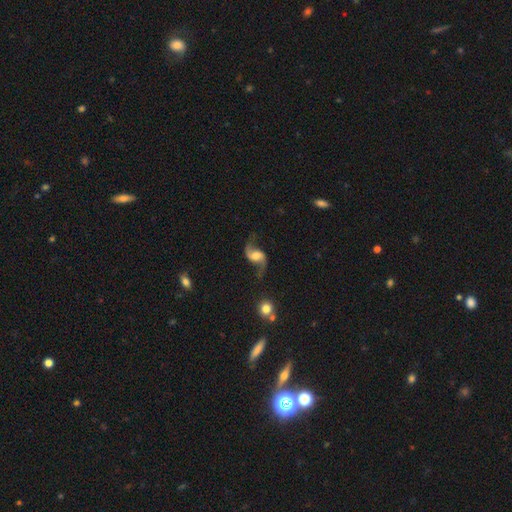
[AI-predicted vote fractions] smooth_or_featured: featured or disk (p=0.88) [alt: smooth p=0.07]
disk_edge_on: no (p=0.97) [alt: yes p=0.03]
bar: no (p=0.49) [alt: weak p=0.38]
has_spiral_arms: yes (p=0.97) [alt: no p=0.03]
spiral_winding: loose (p=0.83) [alt: medium p=0.14]
spiral_arm_count: 2 (p=0.94) [alt: 1 p=0.02]
bulge_size: moderate (p=0.50) [alt: small p=0.20]
merging: none (p=0.74) [alt: minor disturbance p=0.14]